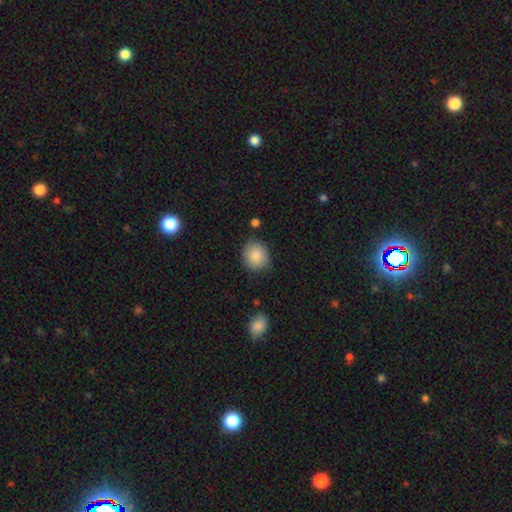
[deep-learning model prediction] smooth 86%, star or artifact 7%, featured or disk 6%. Down the decision tree: how rounded — round (68%); merging — none (77%).